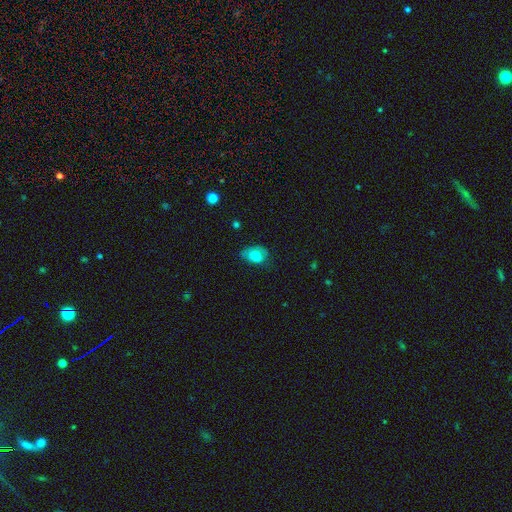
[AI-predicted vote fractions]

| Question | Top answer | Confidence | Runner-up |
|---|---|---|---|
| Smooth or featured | smooth | 74% | featured or disk (17%) |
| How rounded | in between | 81% | round (18%) |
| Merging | none | 52% | minor disturbance (34%) |